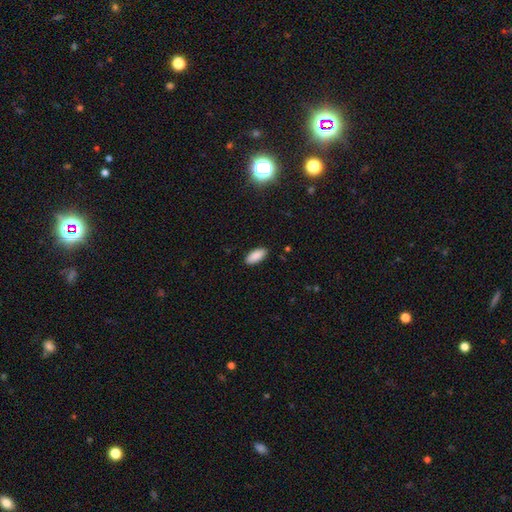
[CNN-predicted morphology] Overall: smooth (90%). How rounded: in between (87%). Merging: none (88%).